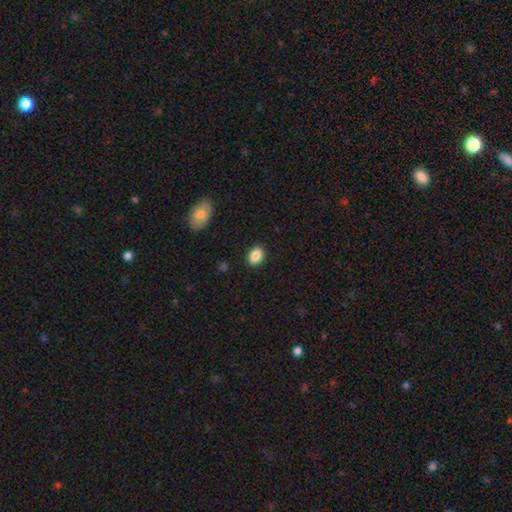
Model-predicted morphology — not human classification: smooth 87%, star or artifact 8%, featured or disk 5%. Down the decision tree: how rounded — in between (78%); merging — none (88%).